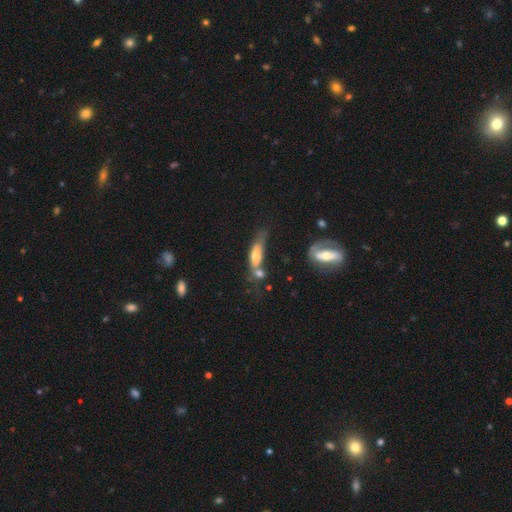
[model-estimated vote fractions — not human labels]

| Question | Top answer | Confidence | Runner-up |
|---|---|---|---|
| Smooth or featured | smooth | 56% | featured or disk (35%) |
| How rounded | in between | 51% | cigar-shaped (46%) |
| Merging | merger | 33% | none (26%) |